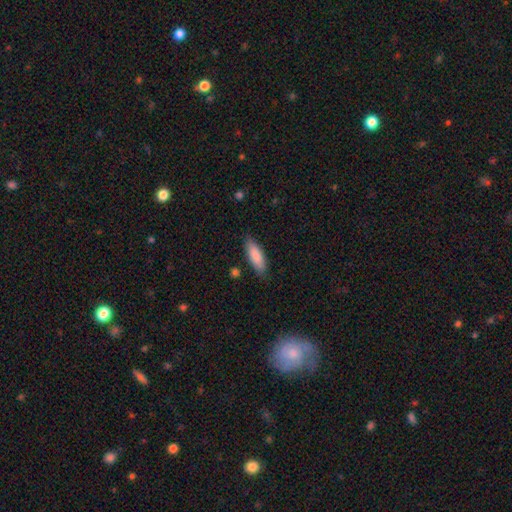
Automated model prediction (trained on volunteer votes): Overall: smooth (85%). How rounded: in between (53%; cigar-shaped 46%). Merging: none (84%).